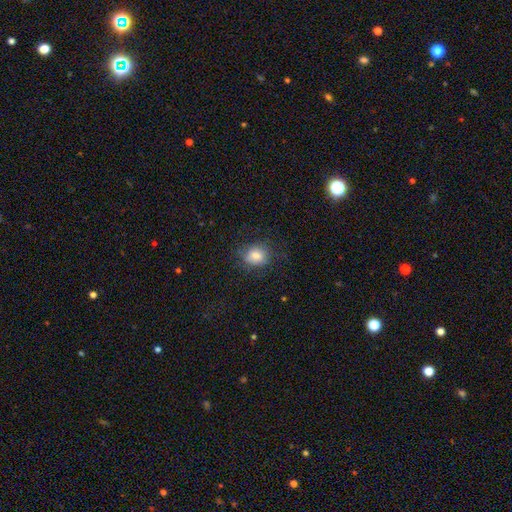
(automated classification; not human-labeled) The model was most divided on "how rounded": round: 70%, in between: 29%, cigar-shaped: 1%. More confident: smooth or featured — smooth (80%); merging — none (77%).